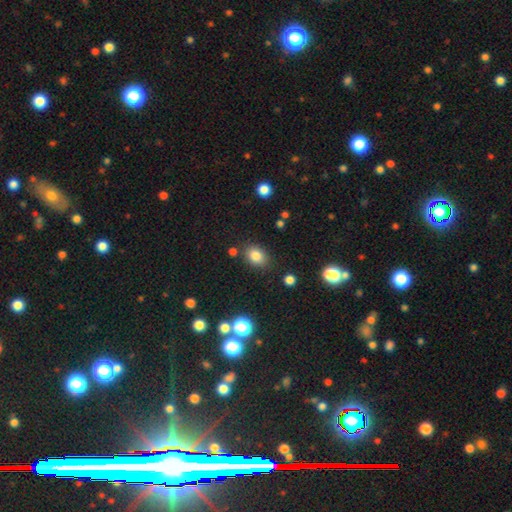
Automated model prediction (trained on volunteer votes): smooth 81%, star or artifact 12%, featured or disk 7%. Down the decision tree: how rounded — in between (66%); merging — none (80%).